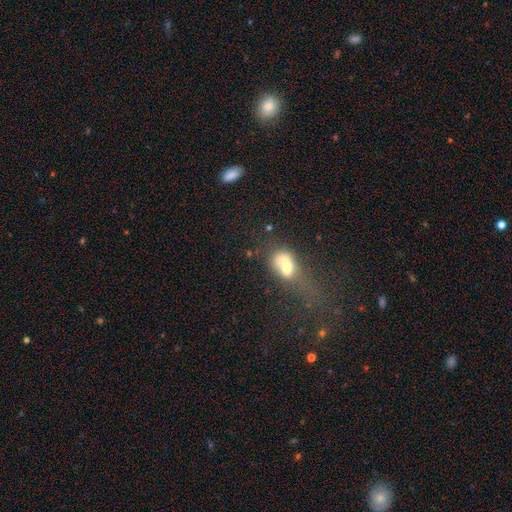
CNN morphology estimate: smooth_or_featured: smooth (p=0.45) [alt: star or artifact p=0.30]
merging: major disturbance (p=0.38) [alt: none p=0.35]